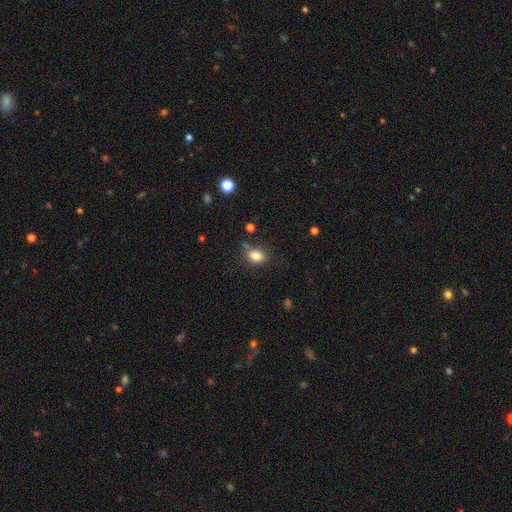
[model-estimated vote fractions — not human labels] Morphology: type=smooth (82%); roundness=in between (62%); merging=none (69%).